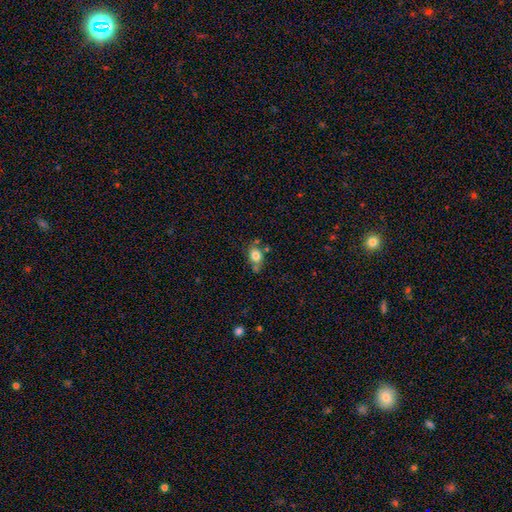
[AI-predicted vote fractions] Smooth or featured? smooth (79%)
How rounded? in between (61%)
Merging? none (58%)